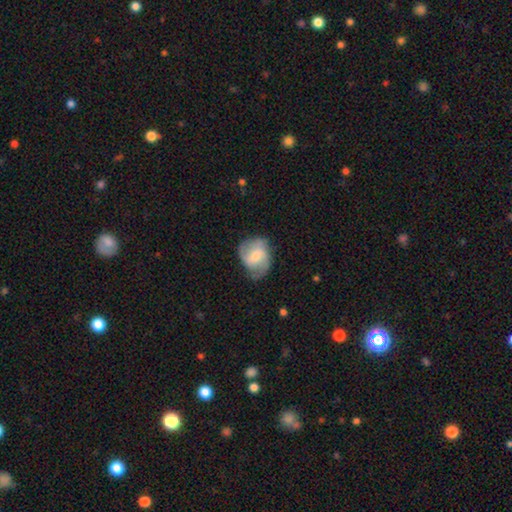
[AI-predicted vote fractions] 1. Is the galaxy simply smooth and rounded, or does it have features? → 55% featured or disk, 39% smooth, 6% star or artifact.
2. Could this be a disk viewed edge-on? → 97% no, 3% yes.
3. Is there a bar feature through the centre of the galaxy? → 49% weak, 39% no, 13% strong.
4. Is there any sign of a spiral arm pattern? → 86% yes, 14% no.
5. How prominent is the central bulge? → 52% moderate, 36% small, 6% large, 4% none, 1% dominant.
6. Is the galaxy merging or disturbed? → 57% none, 30% minor disturbance, 12% major disturbance, 1% merger.